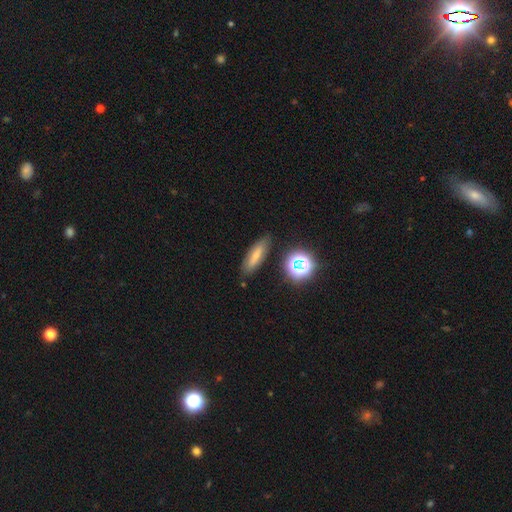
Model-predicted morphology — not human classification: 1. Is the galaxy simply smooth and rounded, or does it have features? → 64% smooth, 22% featured or disk, 14% star or artifact.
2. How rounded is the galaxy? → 48% cigar-shaped, 46% in between, 6% round.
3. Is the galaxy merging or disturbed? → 82% none, 12% minor disturbance, 3% major disturbance, 3% merger.